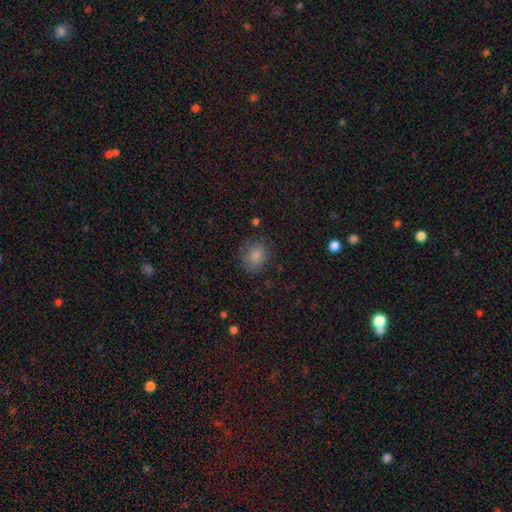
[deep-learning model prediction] A smooth galaxy with no disk features (81%) that is round (66%). Merging: none (73%).